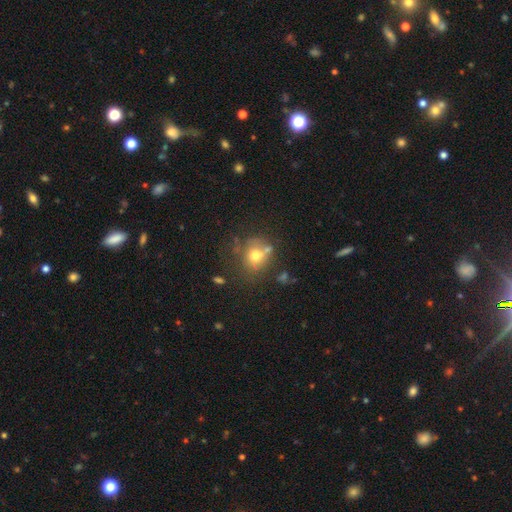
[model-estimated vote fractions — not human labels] The model was most divided on "merging": none: 53%, minor disturbance: 19%, merger: 18%, major disturbance: 10%. More confident: how rounded — round (73%); smooth or featured — smooth (64%).